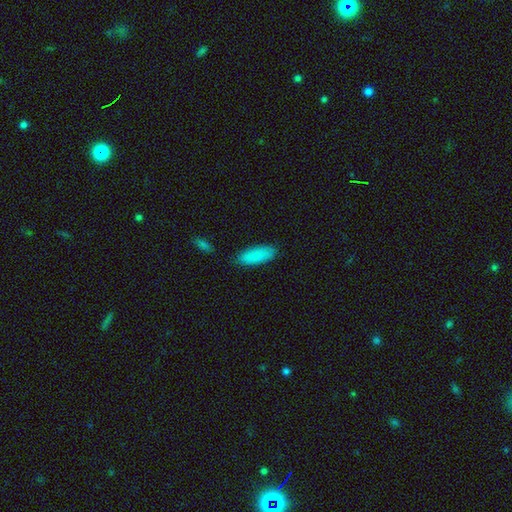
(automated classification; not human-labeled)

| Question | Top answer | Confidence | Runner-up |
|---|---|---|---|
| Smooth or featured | smooth | 88% | star or artifact (7%) |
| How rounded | in between | 70% | cigar-shaped (29%) |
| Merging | none | 82% | minor disturbance (13%) |